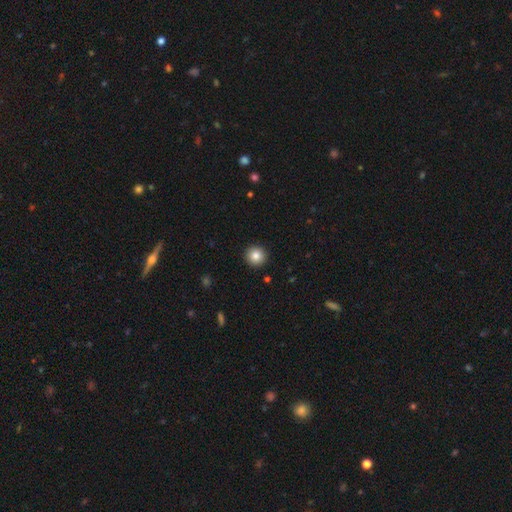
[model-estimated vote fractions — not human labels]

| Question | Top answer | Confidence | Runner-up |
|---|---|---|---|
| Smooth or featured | smooth | 84% | star or artifact (9%) |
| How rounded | round | 95% | in between (4%) |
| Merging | none | 93% | minor disturbance (5%) |